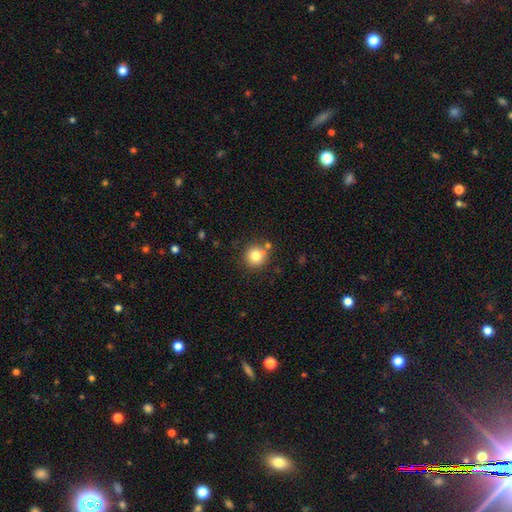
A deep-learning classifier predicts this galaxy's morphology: smooth 81%, star or artifact 11%, featured or disk 8%. Down the decision tree: how rounded — round (93%); merging — none (79%).